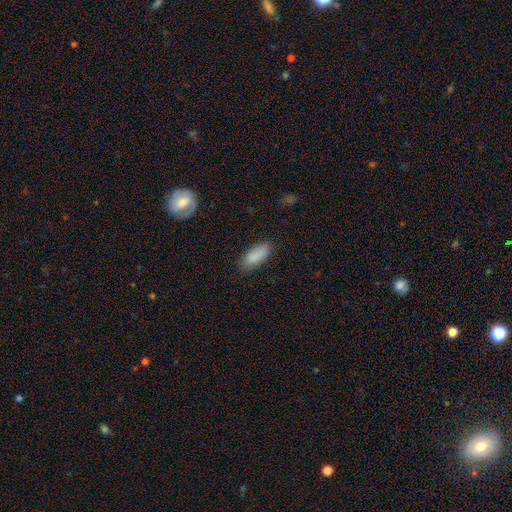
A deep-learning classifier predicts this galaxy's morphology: smooth-or-featured: smooth: 88% | star or artifact: 7% | featured or disk: 6%
  how-rounded: in between: 83% | cigar-shaped: 15% | round: 2%
  merging: none: 81% | minor disturbance: 15% | major disturbance: 3% | merger: 1%